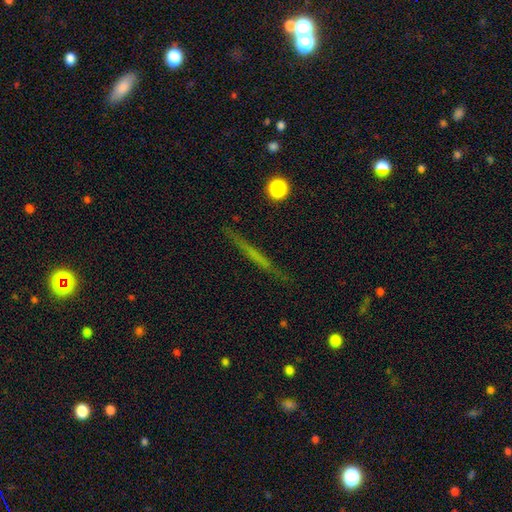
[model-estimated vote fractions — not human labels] Q: Smooth or featured?
A: featured or disk (49%); runner-up: smooth (41%)
Q: Merging?
A: none (86%); runner-up: minor disturbance (10%)